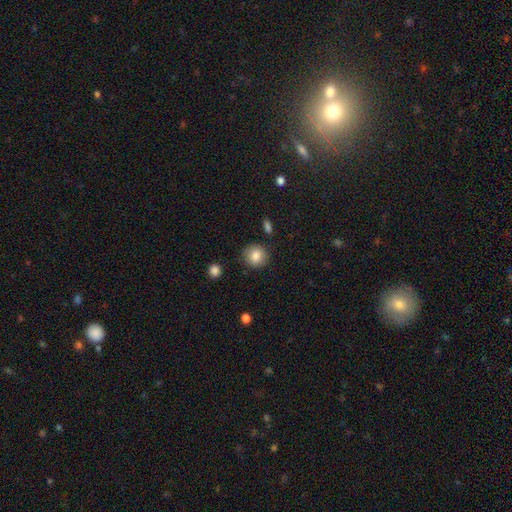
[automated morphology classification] Smooth or featured: smooth — 85% (star or artifact — 8%)
How rounded: round — 87% (in between — 13%)
Merging: none — 85% (minor disturbance — 9%)